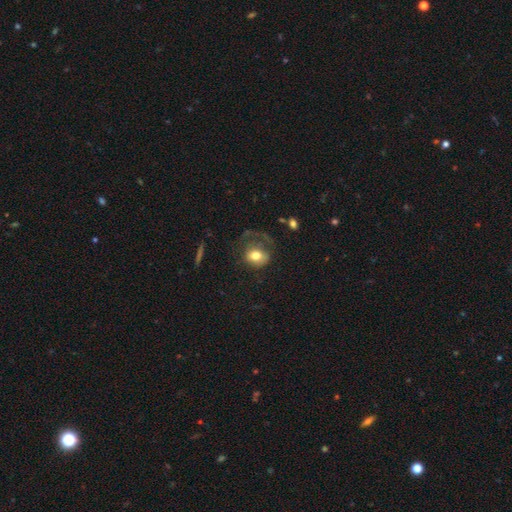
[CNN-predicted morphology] The model was most divided on "merging": major disturbance: 42%, none: 36%, minor disturbance: 20%, merger: 3%. More confident: smooth or featured — smooth (68%); how rounded — round (57%).